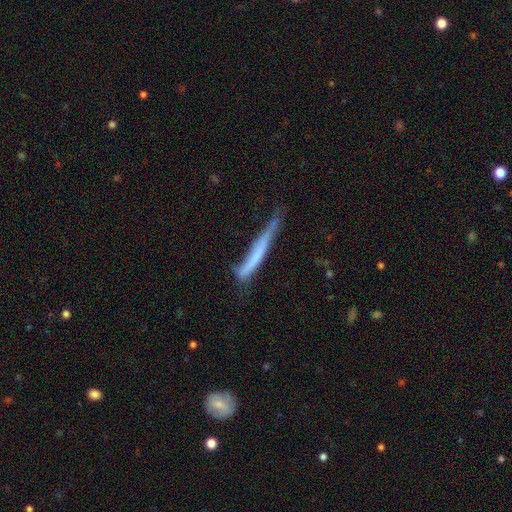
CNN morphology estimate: The model was most divided on "merging": none: 44%, minor disturbance: 34%, major disturbance: 17%, merger: 5%. More confident: how rounded — cigar-shaped (96%); smooth or featured — smooth (54%).